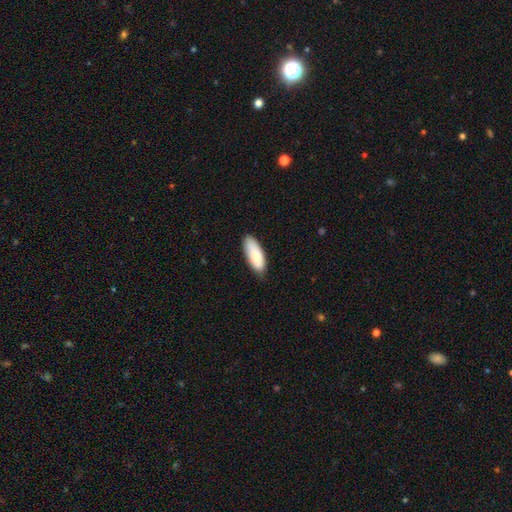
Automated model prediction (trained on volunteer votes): Smooth or featured?
  - smooth: 79% *
  - featured or disk: 15%
  - star or artifact: 6%
How rounded?
  - in between: 77% *
  - cigar-shaped: 21%
  - round: 2%
Merging?
  - none: 78% *
  - minor disturbance: 18%
  - major disturbance: 2%
  - merger: 1%